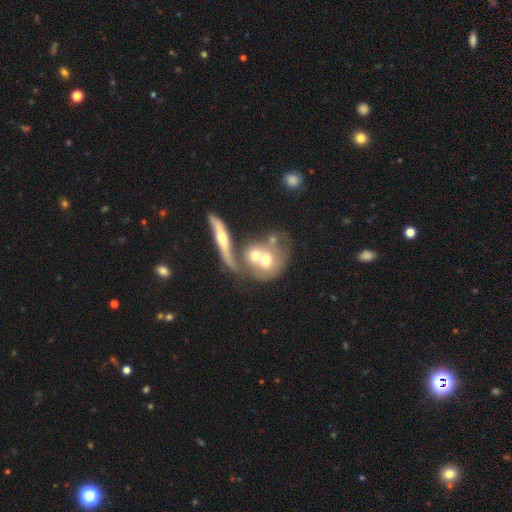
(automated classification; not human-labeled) Smooth or featured? Predicted: featured or disk (p=0.48). Merging? Predicted: merger (p=0.65).